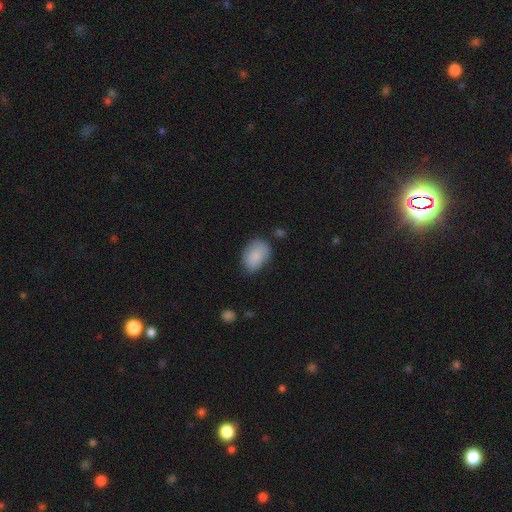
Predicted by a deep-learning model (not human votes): Smooth or featured? smooth (86%)
How rounded? in between (82%)
Merging? none (66%)